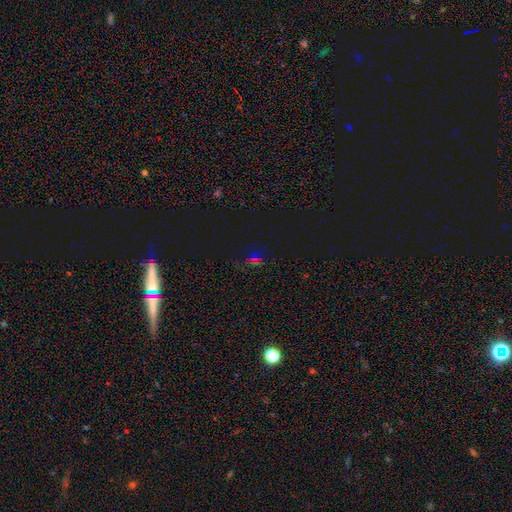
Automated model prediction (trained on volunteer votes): Morphology: type=star or artifact (60%).